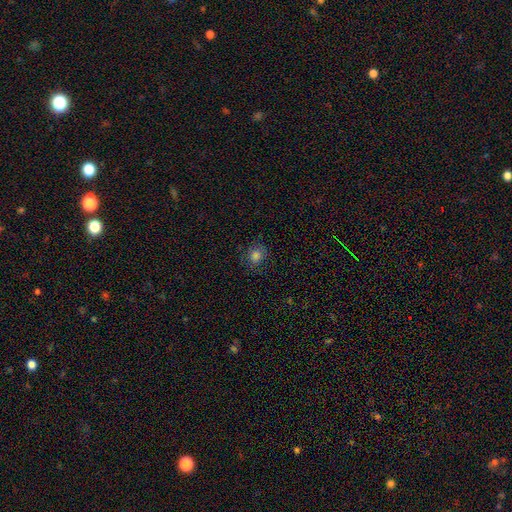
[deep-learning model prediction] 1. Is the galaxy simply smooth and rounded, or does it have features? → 79% smooth, 14% star or artifact, 7% featured or disk.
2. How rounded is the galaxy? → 81% round, 18% in between, 1% cigar-shaped.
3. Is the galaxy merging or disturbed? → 79% none, 14% minor disturbance, 5% major disturbance, 1% merger.